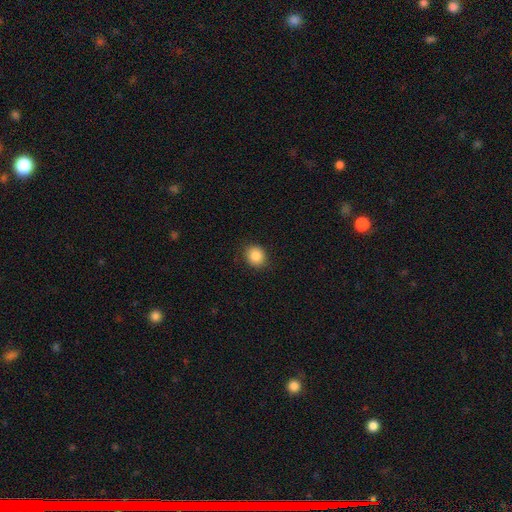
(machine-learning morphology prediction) smooth_or_featured: smooth (p=0.87) [alt: star or artifact p=0.09]
how_rounded: round (p=0.79) [alt: in between p=0.20]
merging: none (p=0.87) [alt: minor disturbance p=0.09]